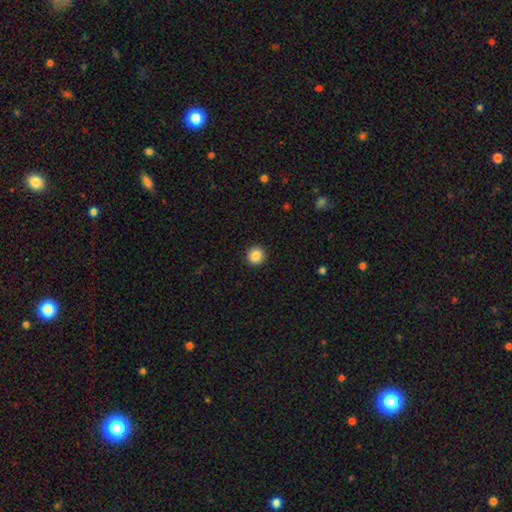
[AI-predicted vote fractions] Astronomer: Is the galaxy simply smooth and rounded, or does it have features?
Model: smooth — 87%.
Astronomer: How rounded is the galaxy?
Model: round — 93%.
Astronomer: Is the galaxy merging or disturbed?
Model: none — 93%.